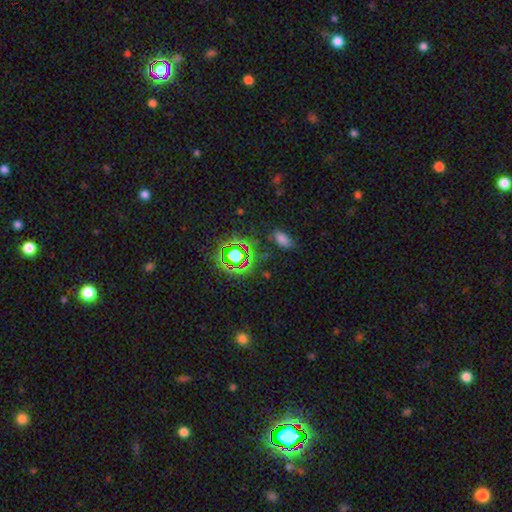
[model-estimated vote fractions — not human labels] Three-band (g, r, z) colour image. It shows a star or artifact, not a galaxy (62%).